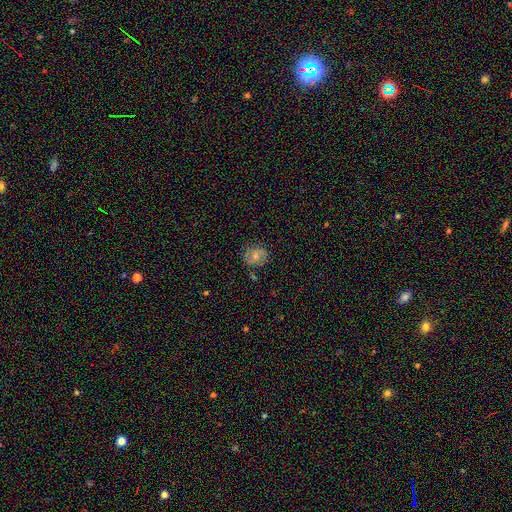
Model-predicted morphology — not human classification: A smooth galaxy with no disk features (64%) that is round (69%). Merging: none (75%).